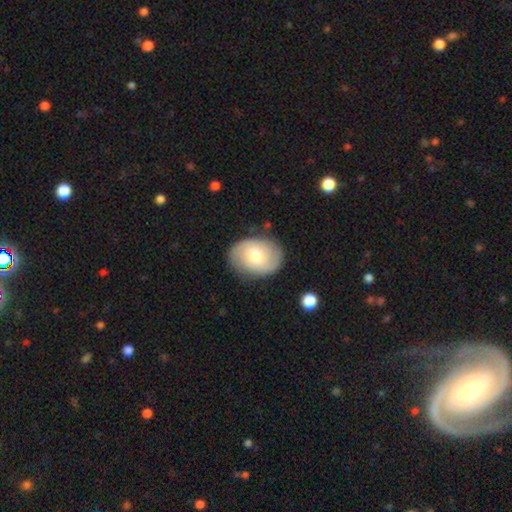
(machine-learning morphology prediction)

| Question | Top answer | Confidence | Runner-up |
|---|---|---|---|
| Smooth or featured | featured or disk | 51% | smooth (43%) |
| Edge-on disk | no | 96% | yes (4%) |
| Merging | none | 81% | minor disturbance (14%) |